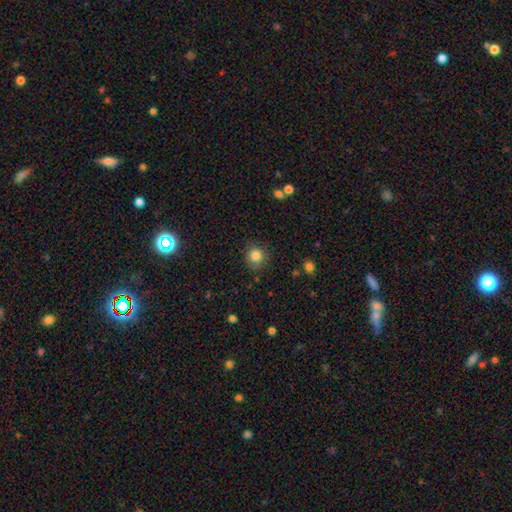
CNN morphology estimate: smooth-or-featured: smooth: 84% | star or artifact: 11% | featured or disk: 5%
  how-rounded: round: 90% | in between: 10% | cigar-shaped: 1%
  merging: none: 84% | minor disturbance: 11% | major disturbance: 3% | merger: 2%